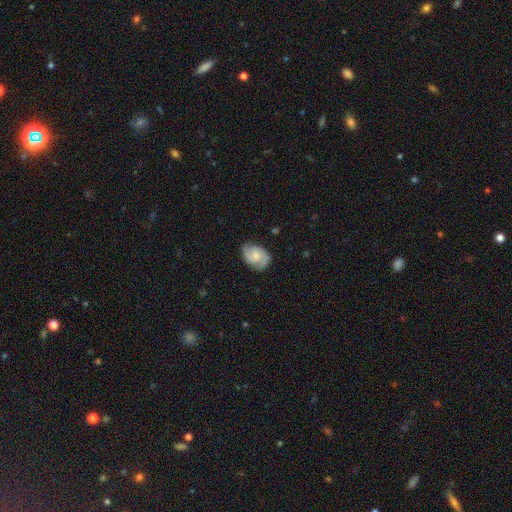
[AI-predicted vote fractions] This appears to be a featured or disk galaxy (64%) with no bar (67%), 2 (75%) medium (45%) spiral arms (93%) and a small central bulge (44%). Merging: none (75%).